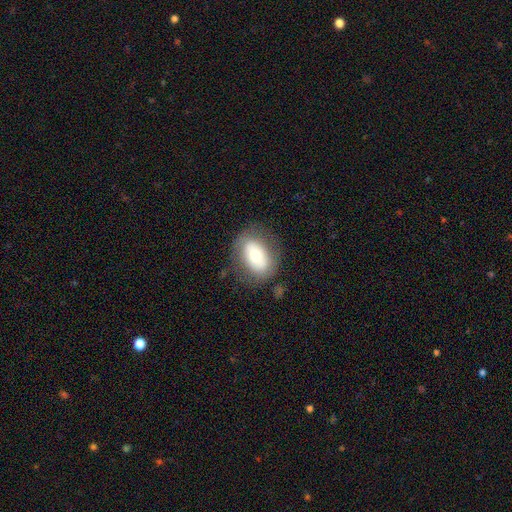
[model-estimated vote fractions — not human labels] Smooth or featured? Predicted: smooth (p=0.62). How rounded? Predicted: in between (p=0.76). Merging? Predicted: none (p=0.75).